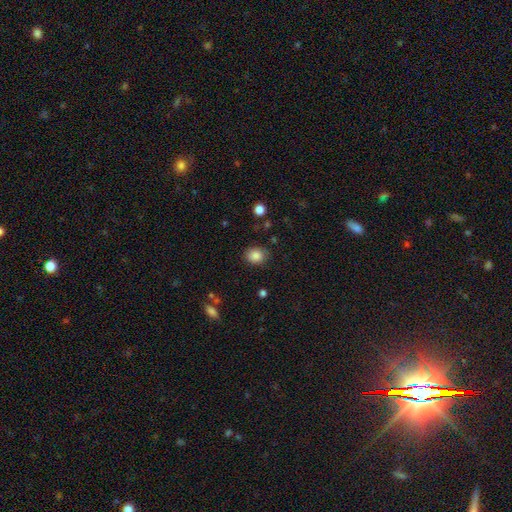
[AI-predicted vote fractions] Smooth or featured? smooth (86%)
How rounded? round (57%)
Merging? none (81%)